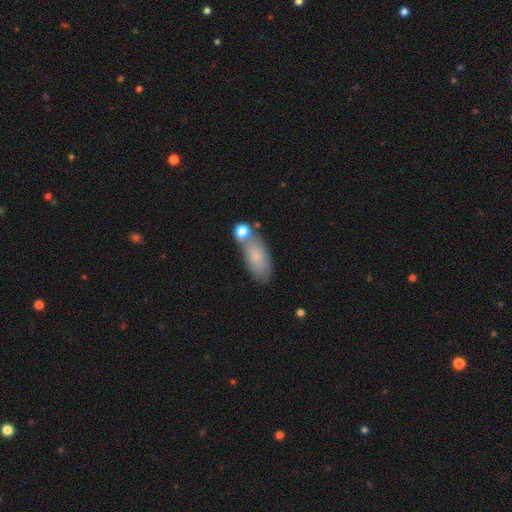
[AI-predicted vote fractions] A smooth galaxy with no disk features (75%) that is in between round and cigar-shaped (83%).

Vote fractions:
- Smooth or featured? smooth: 75% / featured or disk: 17% / star or artifact: 8%
- How rounded? in between: 83% / cigar-shaped: 13% / round: 4%
- Merging? none: 55% / merger: 22% / minor disturbance: 18% / major disturbance: 5%